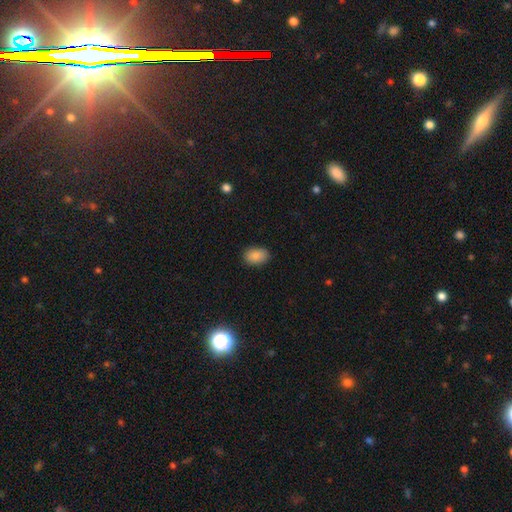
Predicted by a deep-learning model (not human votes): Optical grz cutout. It shows a smooth galaxy with no disk features (88%) that is in between round and cigar-shaped (84%). Merging: none (87%).